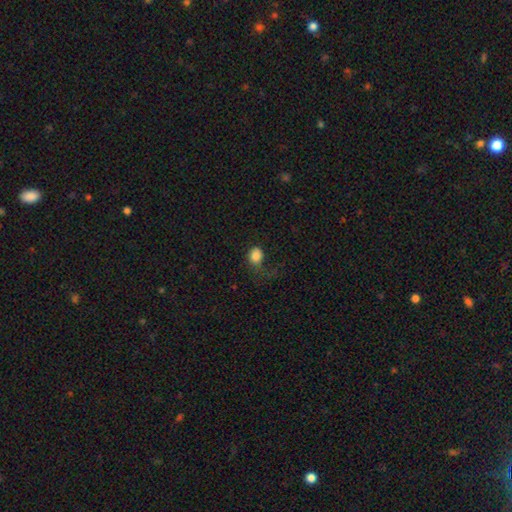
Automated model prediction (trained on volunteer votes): Morphology: type=smooth (85%); roundness=round (53%); merging=none (51%).